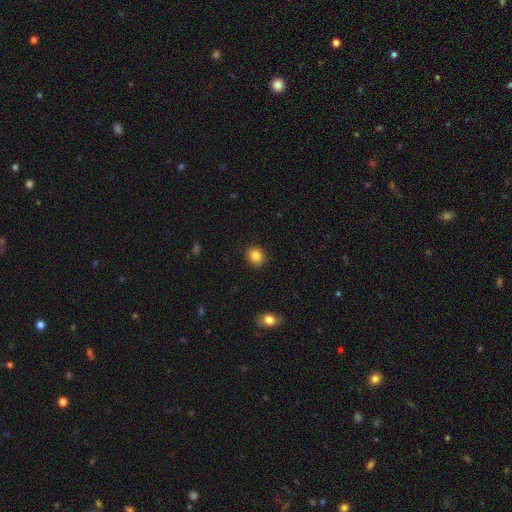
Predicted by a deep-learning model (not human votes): Smooth or featured?
  - smooth: 85% *
  - star or artifact: 10%
  - featured or disk: 5%
How rounded?
  - round: 75% *
  - in between: 24%
  - cigar-shaped: 1%
Merging?
  - none: 89% *
  - minor disturbance: 8%
  - major disturbance: 2%
  - merger: 1%